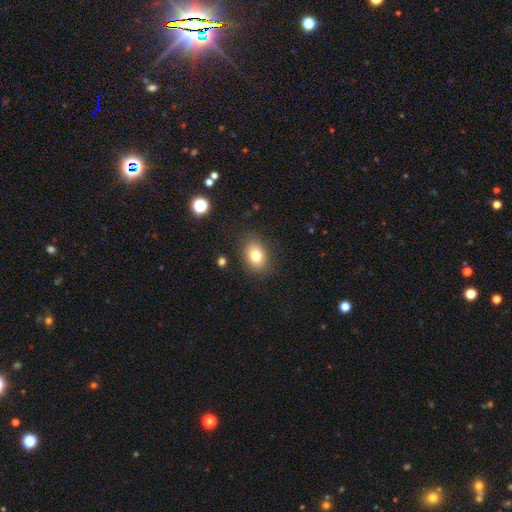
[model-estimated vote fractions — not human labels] Smooth or featured? Predicted: smooth (p=0.79). How rounded? Predicted: in between (p=0.72). Merging? Predicted: none (p=0.85).